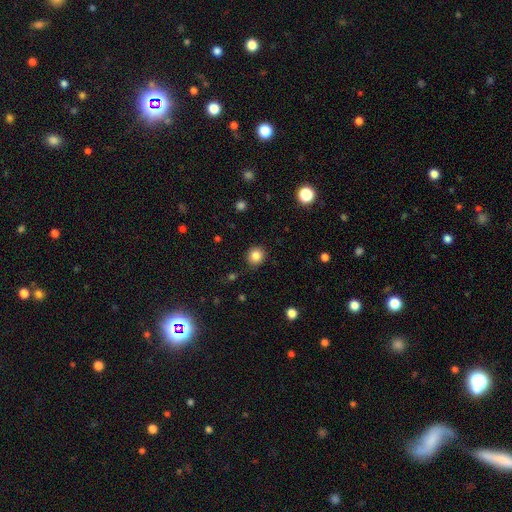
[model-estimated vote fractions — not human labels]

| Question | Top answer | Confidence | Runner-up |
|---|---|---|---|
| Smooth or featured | smooth | 84% | star or artifact (11%) |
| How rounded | round | 89% | in between (10%) |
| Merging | none | 88% | minor disturbance (8%) |